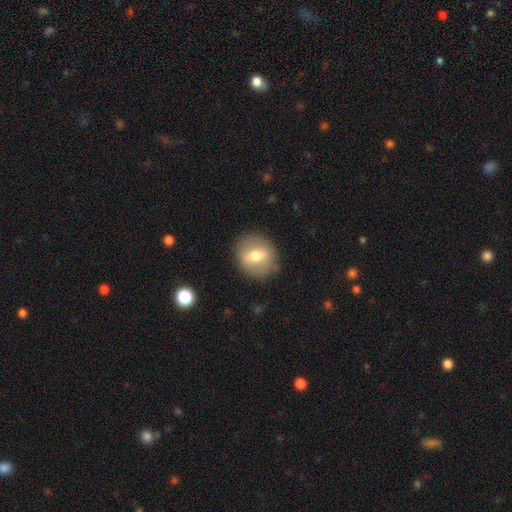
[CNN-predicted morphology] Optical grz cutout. It shows a smooth galaxy with no disk features (59%) that is round (79%). Merging: none (86%).